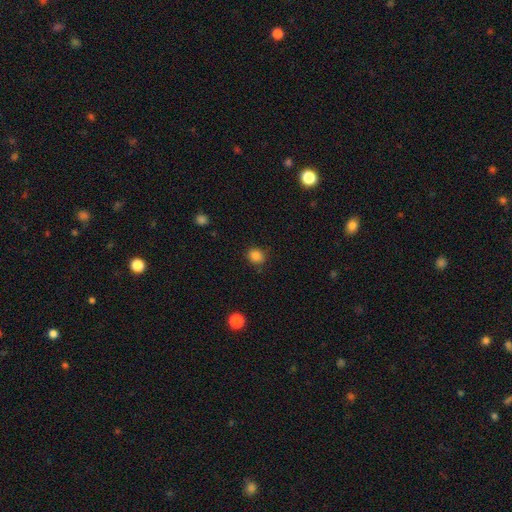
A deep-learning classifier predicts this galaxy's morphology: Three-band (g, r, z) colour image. It shows a smooth galaxy with no disk features (85%) that is round (75%). Merging: none (83%).